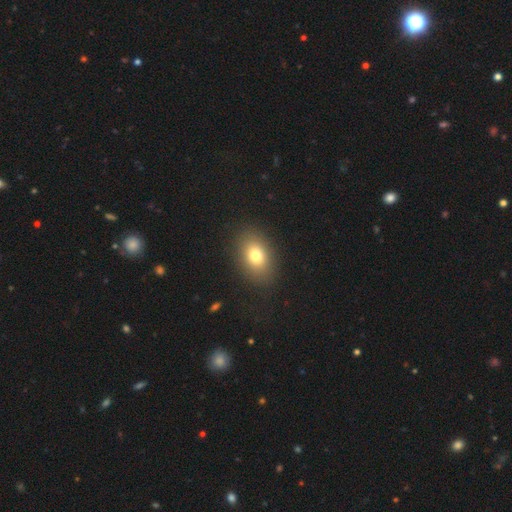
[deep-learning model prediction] Smooth or featured? Predicted: smooth (p=0.78). How rounded? Predicted: in between (p=0.78). Merging? Predicted: none (p=0.88).